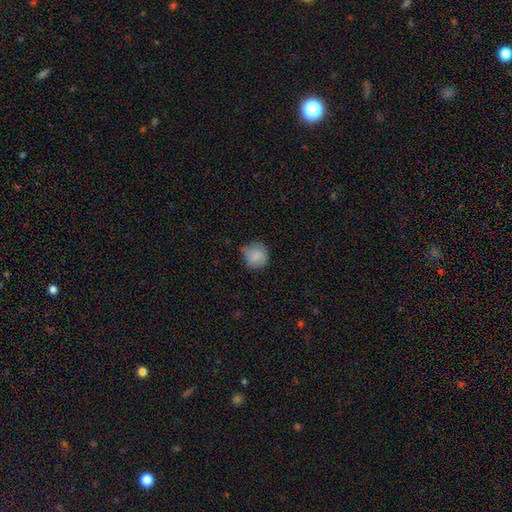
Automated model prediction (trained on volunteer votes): This appears to be a smooth galaxy with no disk features (85%) that is round (87%). Merging: none (60%).